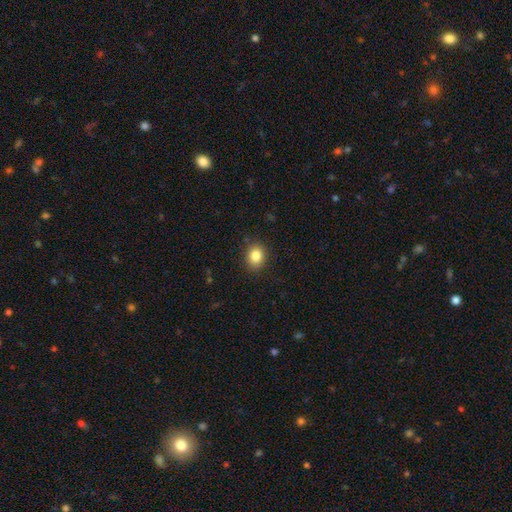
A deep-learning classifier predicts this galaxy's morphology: A smooth galaxy with no disk features (84%) that is round (62%). Merging: none (87%).